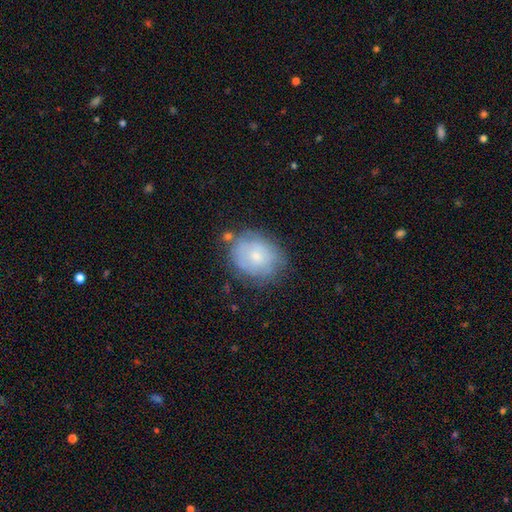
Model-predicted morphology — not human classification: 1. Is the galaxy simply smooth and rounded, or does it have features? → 56% smooth, 35% featured or disk, 8% star or artifact.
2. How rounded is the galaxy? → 56% round, 43% in between, 1% cigar-shaped.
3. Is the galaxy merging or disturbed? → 66% none, 22% minor disturbance, 7% major disturbance, 5% merger.